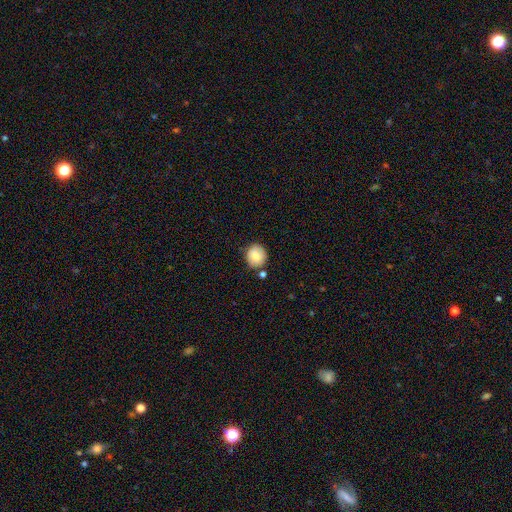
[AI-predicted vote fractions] Morphology: type=smooth (83%); roundness=round (87%); merging=none (79%).